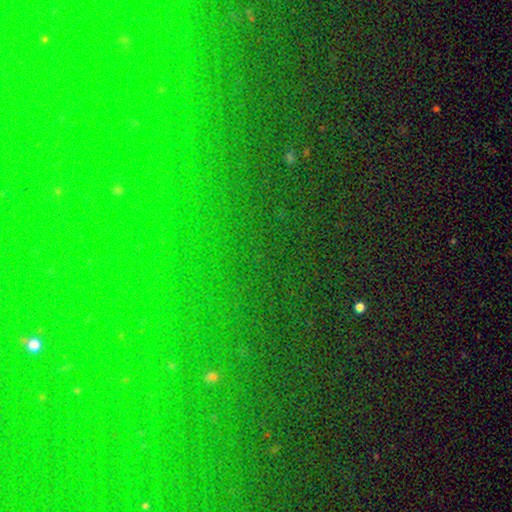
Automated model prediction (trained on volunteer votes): star or artifact 78%, smooth 12%, featured or disk 9%.